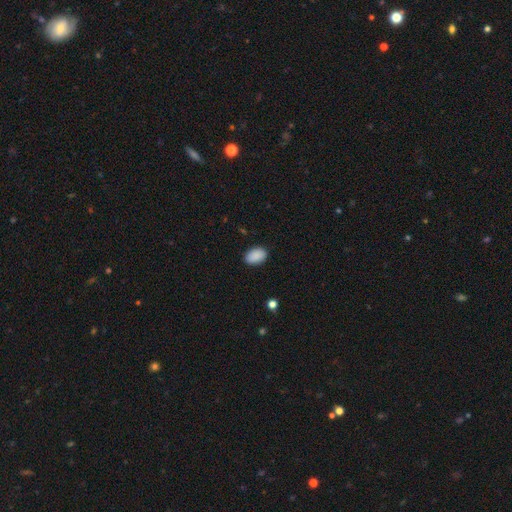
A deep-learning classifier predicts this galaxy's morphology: smooth-or-featured: smooth: 90% | star or artifact: 7% | featured or disk: 3%
  how-rounded: in between: 88% | round: 11% | cigar-shaped: 1%
  merging: none: 88% | minor disturbance: 9% | major disturbance: 2% | merger: 1%